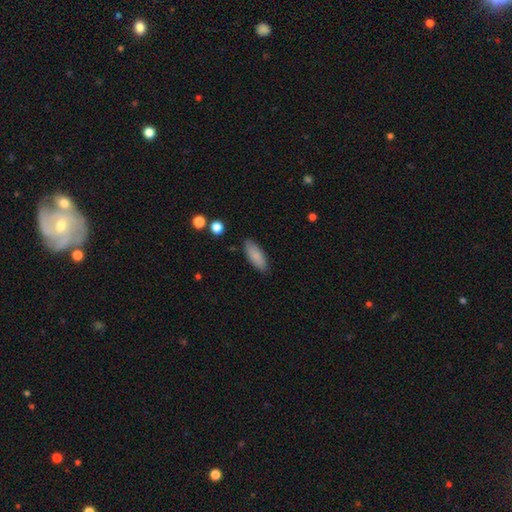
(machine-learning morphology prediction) smooth 85%, featured or disk 8%, star or artifact 7%. Down the decision tree: how rounded — in between (74%); merging — none (86%).